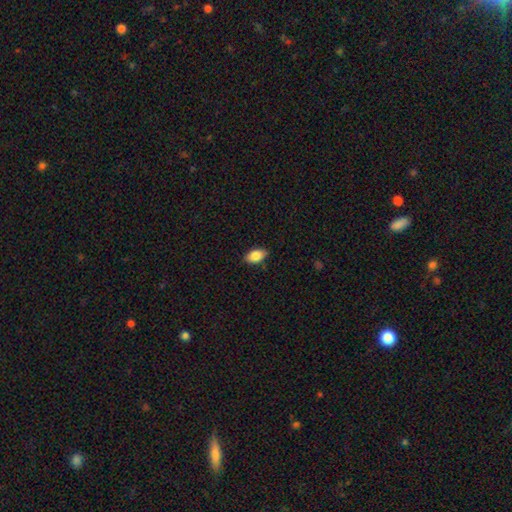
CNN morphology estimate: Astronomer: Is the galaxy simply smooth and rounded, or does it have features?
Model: smooth — 85%.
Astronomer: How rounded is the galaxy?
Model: in between — 91%.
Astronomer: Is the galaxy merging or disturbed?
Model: none — 85%.